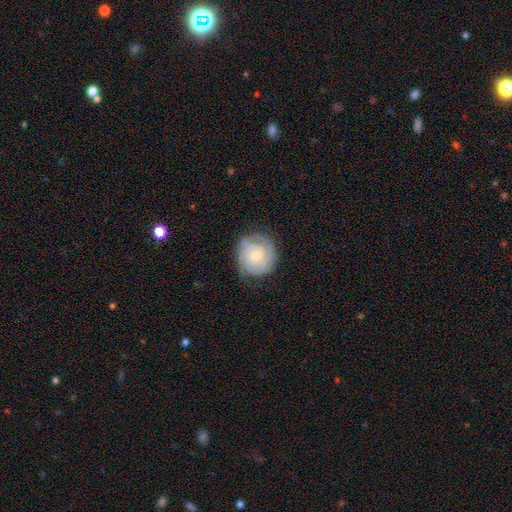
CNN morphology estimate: smooth-or-featured: featured or disk: 80% | smooth: 15% | star or artifact: 6%
  disk-edge-on: no: 98% | yes: 2%
    bar: no: 67% | weak: 29% | strong: 5%
    has-spiral-arms: yes: 96% | no: 4%
      spiral-winding: tight: 77% | medium: 19% | loose: 4%
      spiral-arm-count: can't tell: 29% | 3: 26% | 2: 25% | 4: 9% | 1: 5% | more than 4: 5%
    bulge-size: small: 56% | moderate: 39% | none: 2% | large: 2% | dominant: 1%
  merging: none: 77% | minor disturbance: 17% | major disturbance: 5% | merger: 1%